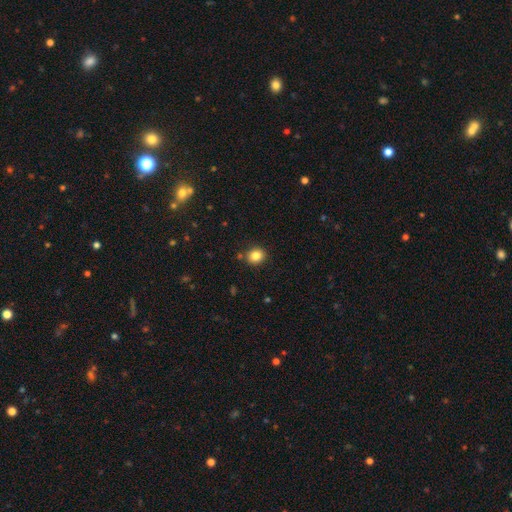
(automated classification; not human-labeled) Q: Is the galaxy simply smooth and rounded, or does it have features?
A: smooth — 84%.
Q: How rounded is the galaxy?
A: round — 74%.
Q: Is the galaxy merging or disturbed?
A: none — 86%.